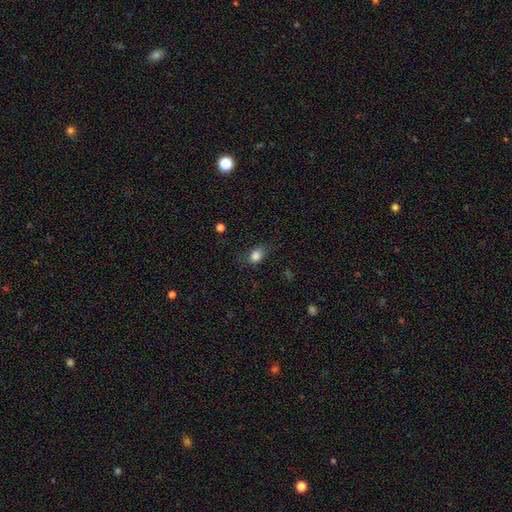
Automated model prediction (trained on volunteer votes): smooth-or-featured: smooth: 84% | star or artifact: 10% | featured or disk: 6%
  how-rounded: in between: 66% | round: 32% | cigar-shaped: 2%
  merging: none: 69% | minor disturbance: 22% | major disturbance: 8% | merger: 1%